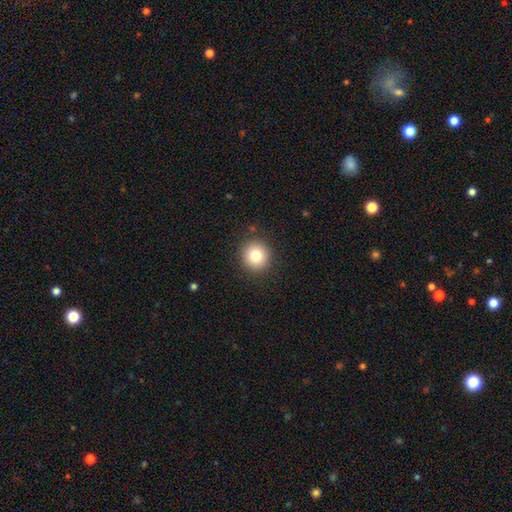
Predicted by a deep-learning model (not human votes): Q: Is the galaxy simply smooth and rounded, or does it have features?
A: smooth — 80%.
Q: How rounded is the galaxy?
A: round — 92%.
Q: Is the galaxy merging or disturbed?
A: none — 90%.